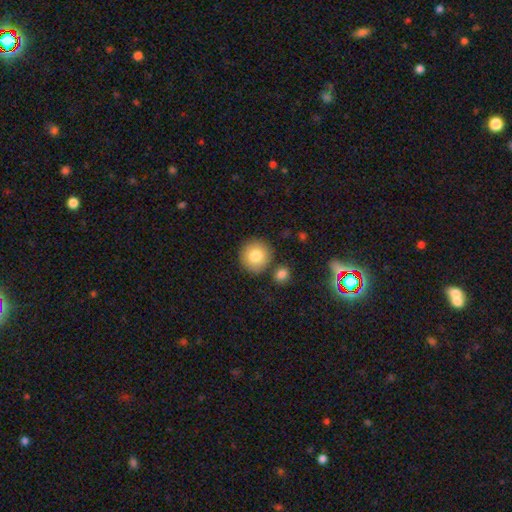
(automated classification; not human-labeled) Smooth or featured? smooth (81%)
How rounded? round (93%)
Merging? none (82%)